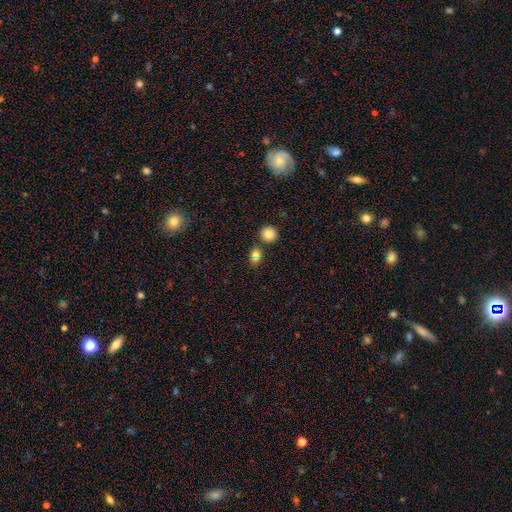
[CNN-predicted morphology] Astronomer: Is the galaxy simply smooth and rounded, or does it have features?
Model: smooth — 79%.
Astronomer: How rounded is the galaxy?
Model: round — 62%.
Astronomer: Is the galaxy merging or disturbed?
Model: none — 64%.